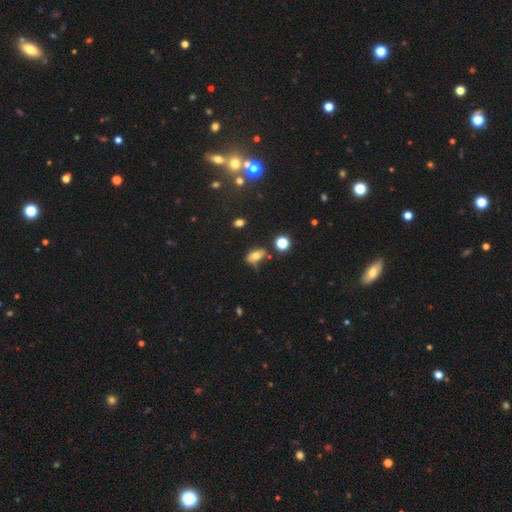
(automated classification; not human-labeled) Morphology: type=smooth (66%); roundness=in between (82%); merging=none (57%).